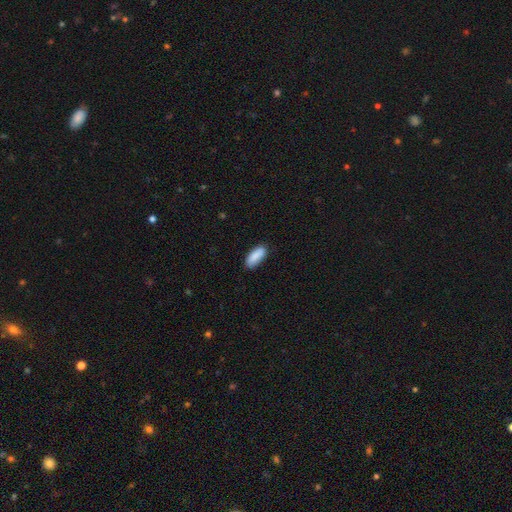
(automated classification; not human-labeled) The model was most divided on "how rounded": in between: 75%, cigar-shaped: 23%, round: 2%. More confident: smooth or featured — smooth (89%); merging — none (83%).